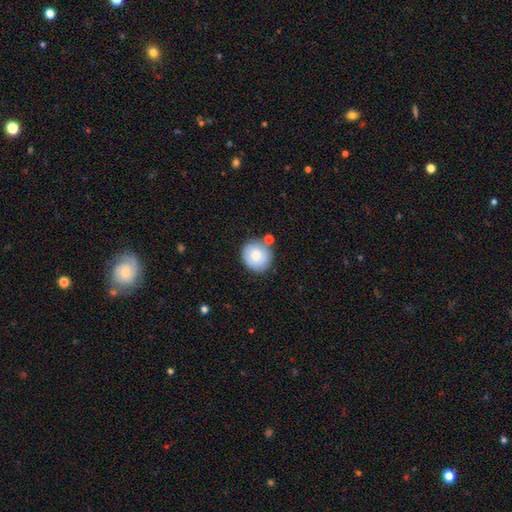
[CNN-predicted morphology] Smooth or featured: smooth — 78% (featured or disk — 15%)
How rounded: round — 89% (in between — 10%)
Merging: none — 75% (minor disturbance — 13%)